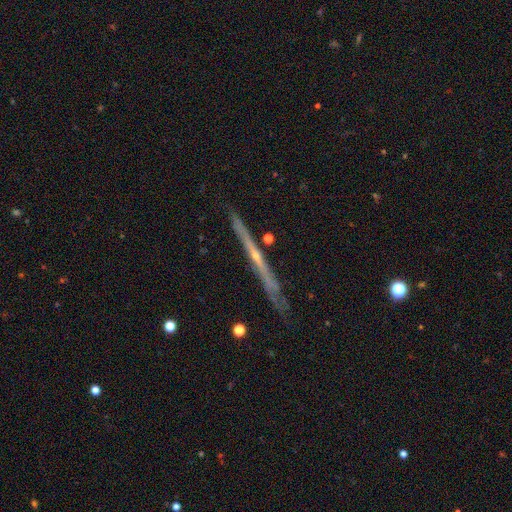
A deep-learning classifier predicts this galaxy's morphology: smooth-or-featured: featured or disk: 77% | smooth: 17% | star or artifact: 6%
  disk-edge-on: yes: 96% | no: 4%
    edge-on-bulge: rounded: 53% | none: 44% | boxy: 3%
  merging: none: 79% | minor disturbance: 16% | major disturbance: 3% | merger: 3%